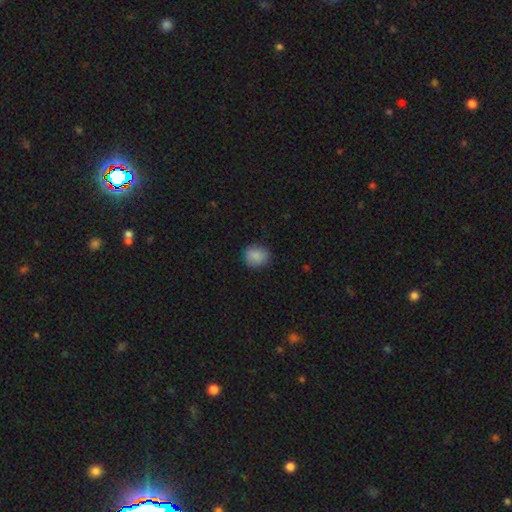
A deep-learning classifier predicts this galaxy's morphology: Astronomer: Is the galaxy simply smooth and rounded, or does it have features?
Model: smooth — 87%.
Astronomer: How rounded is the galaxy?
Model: round — 73%.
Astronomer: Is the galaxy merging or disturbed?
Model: none — 83%.